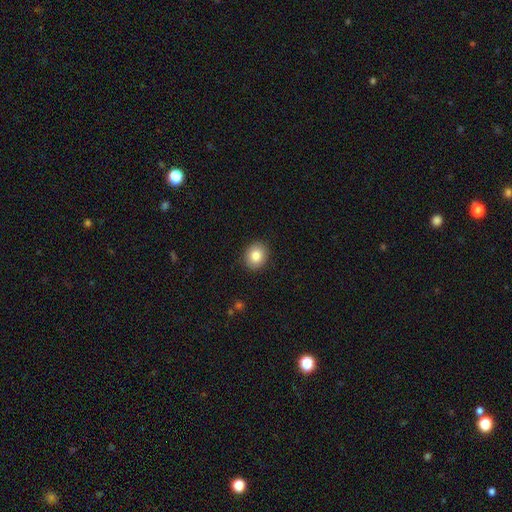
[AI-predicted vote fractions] smooth-or-featured: smooth: 84% | star or artifact: 8% | featured or disk: 8%
  how-rounded: round: 61% | in between: 39% | cigar-shaped: 1%
  merging: none: 90% | minor disturbance: 7% | major disturbance: 2% | merger: 1%